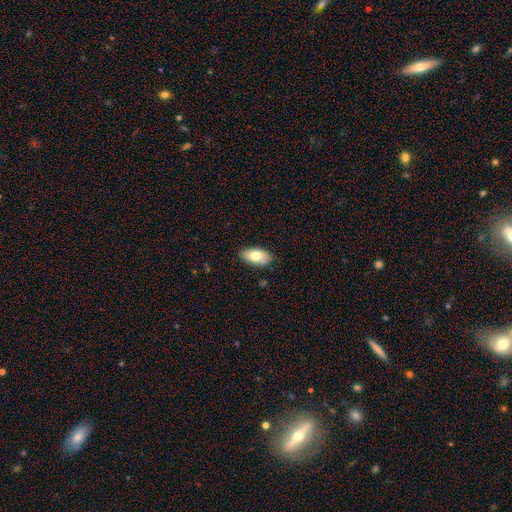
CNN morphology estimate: Smooth or featured: smooth — 77% (featured or disk — 16%)
How rounded: in between — 93% (round — 4%)
Merging: none — 83% (minor disturbance — 13%)